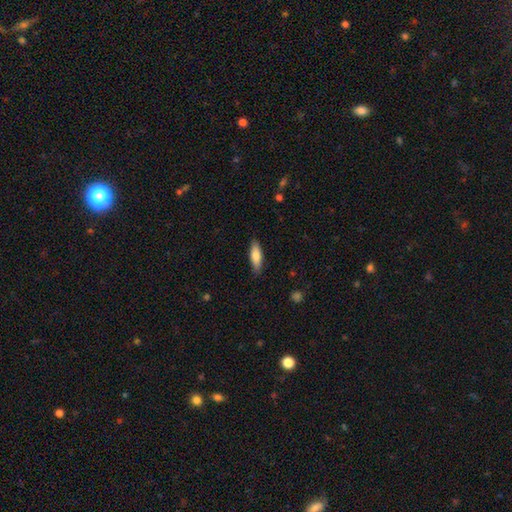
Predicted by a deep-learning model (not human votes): Smooth or featured? Predicted: smooth (p=0.74). How rounded? Predicted: cigar-shaped (p=0.52). Merging? Predicted: none (p=0.86).